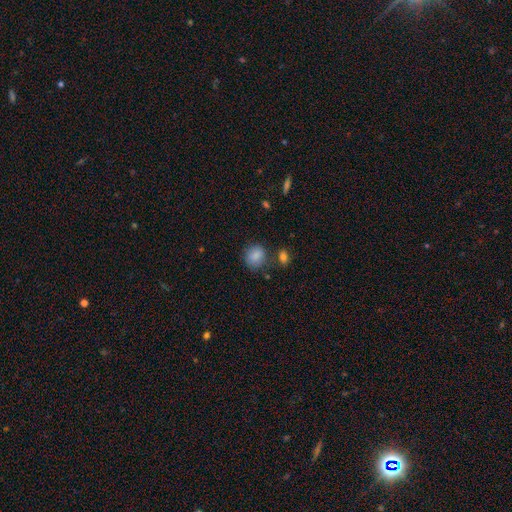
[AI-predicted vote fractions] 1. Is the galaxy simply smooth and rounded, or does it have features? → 85% smooth, 9% star or artifact, 6% featured or disk.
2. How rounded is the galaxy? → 63% round, 36% in between, 1% cigar-shaped.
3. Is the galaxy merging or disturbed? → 72% none, 17% minor disturbance, 6% merger, 5% major disturbance.